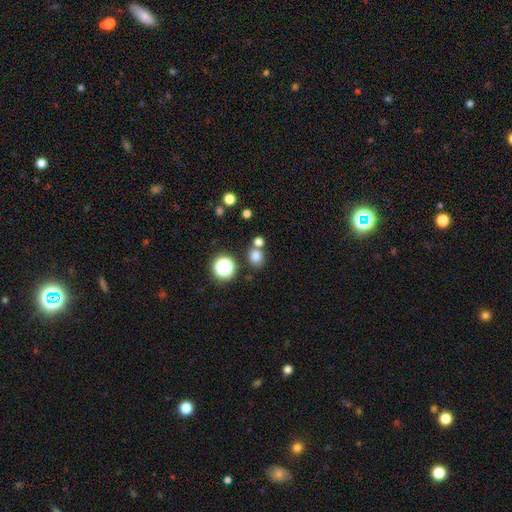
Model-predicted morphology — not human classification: Q: Smooth or featured?
A: smooth (75%); runner-up: star or artifact (18%)
Q: How rounded?
A: round (76%); runner-up: in between (23%)
Q: Merging?
A: none (66%); runner-up: merger (22%)